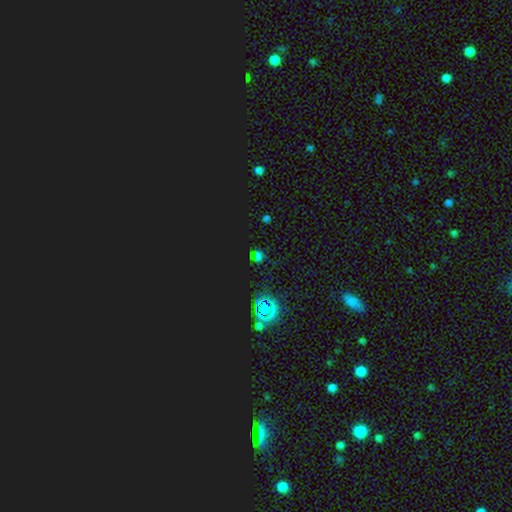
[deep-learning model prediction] Morphology: type=star or artifact (66%).